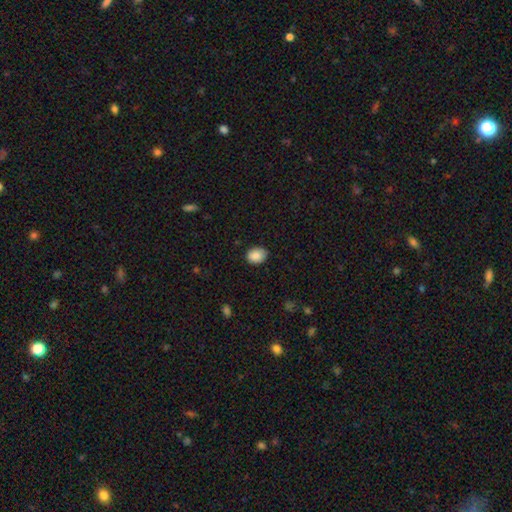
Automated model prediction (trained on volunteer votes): Overall: smooth (87%). How rounded: in between (56%; round 43%). Merging: none (83%).